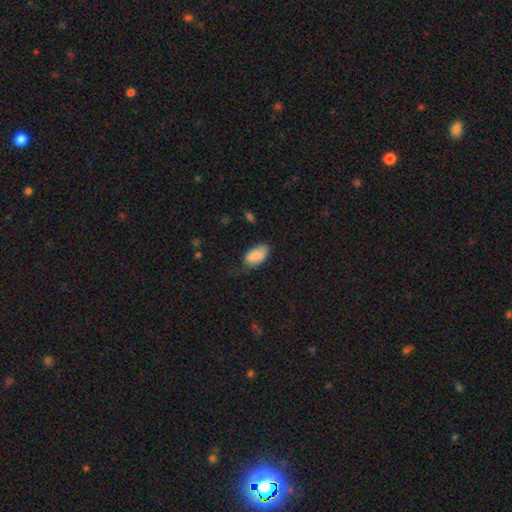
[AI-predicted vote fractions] Smooth or featured?
  - smooth: 85% *
  - featured or disk: 9%
  - star or artifact: 6%
How rounded?
  - in between: 94% *
  - round: 3%
  - cigar-shaped: 3%
Merging?
  - none: 55% *
  - minor disturbance: 34%
  - major disturbance: 10%
  - merger: 2%